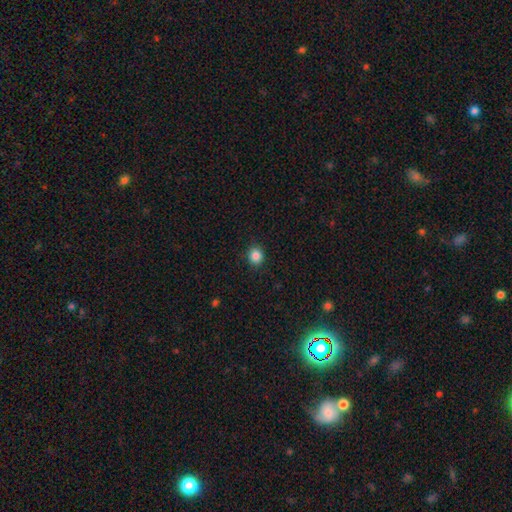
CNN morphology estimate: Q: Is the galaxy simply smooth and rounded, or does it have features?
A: smooth — 85%.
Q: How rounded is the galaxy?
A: round — 82%.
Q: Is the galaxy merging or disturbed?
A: none — 89%.